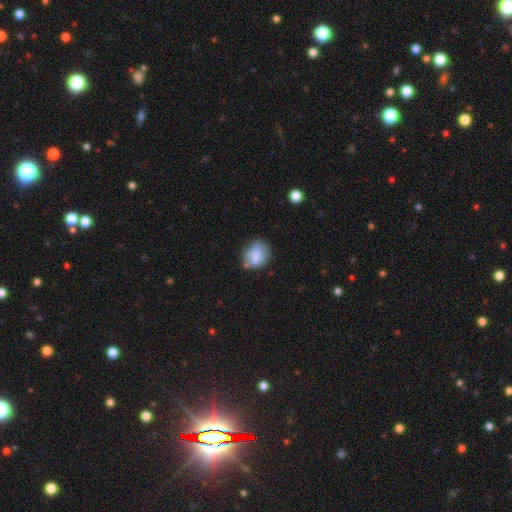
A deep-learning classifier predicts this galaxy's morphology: Smooth or featured: smooth — 66% (featured or disk — 26%)
How rounded: in between — 51% (round — 48%)
Merging: none — 50% (minor disturbance — 31%)